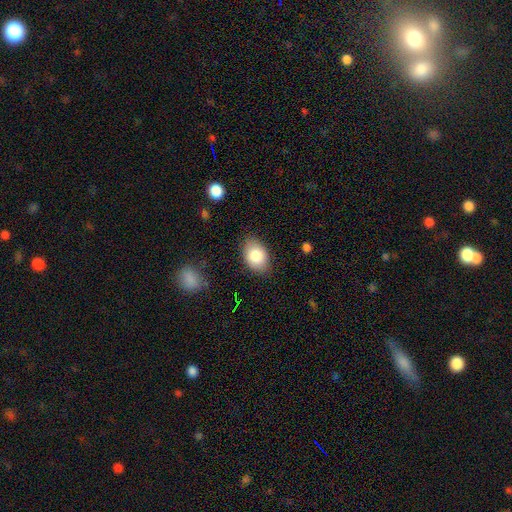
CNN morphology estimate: A smooth galaxy with no disk features (82%) that is in between round and cigar-shaped (86%).

Vote fractions:
- Smooth or featured? smooth: 82% / featured or disk: 11% / star or artifact: 8%
- How rounded? in between: 86% / round: 13% / cigar-shaped: 1%
- Merging? none: 82% / minor disturbance: 14% / major disturbance: 3% / merger: 1%